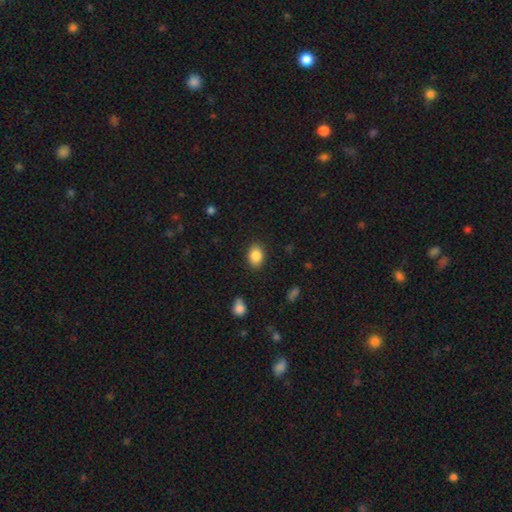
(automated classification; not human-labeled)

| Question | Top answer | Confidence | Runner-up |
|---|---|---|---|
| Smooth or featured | smooth | 87% | star or artifact (8%) |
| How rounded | in between | 74% | round (25%) |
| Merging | none | 86% | minor disturbance (10%) |